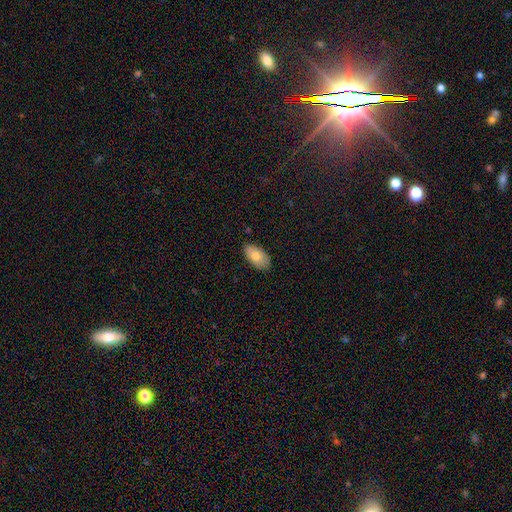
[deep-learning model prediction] Smooth or featured?
  - smooth: 78% *
  - featured or disk: 15%
  - star or artifact: 6%
How rounded?
  - in between: 94% *
  - round: 4%
  - cigar-shaped: 2%
Merging?
  - none: 83% *
  - minor disturbance: 14%
  - major disturbance: 2%
  - merger: 1%